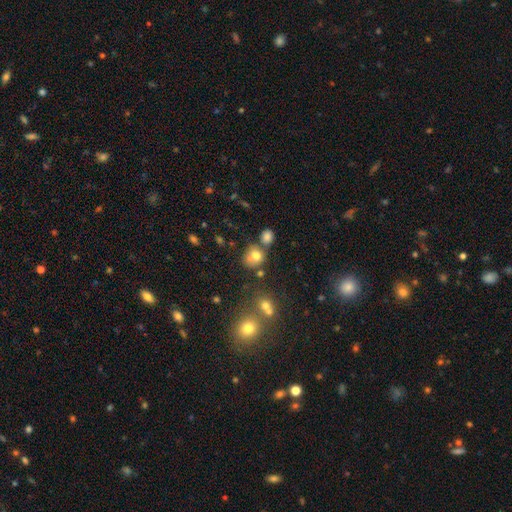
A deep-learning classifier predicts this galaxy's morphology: smooth 71%, star or artifact 15%, featured or disk 14%. Down the decision tree: how rounded — round (71%); merging — none (49%).